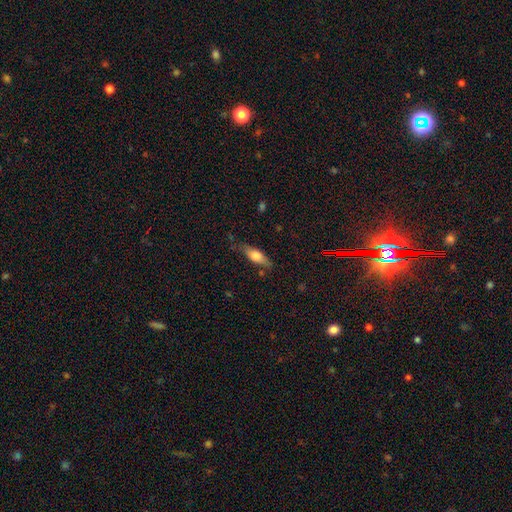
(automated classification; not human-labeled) This is likely a smooth galaxy (67%). How rounded: likely in between (61%). Merging: likely none (68%).